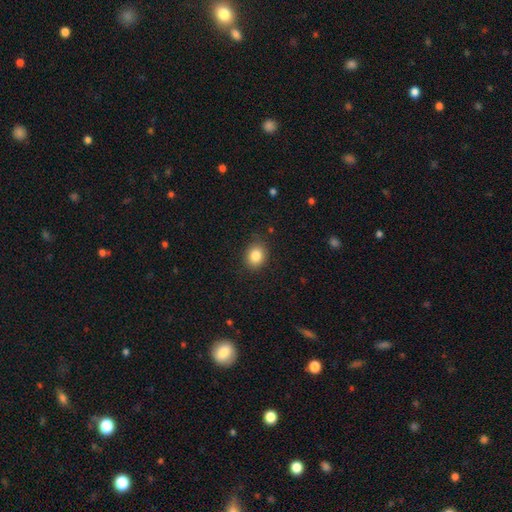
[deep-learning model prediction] smooth-or-featured: smooth: 85% | star or artifact: 10% | featured or disk: 6%
  how-rounded: round: 56% | in between: 43% | cigar-shaped: 1%
  merging: none: 85% | minor disturbance: 11% | major disturbance: 3% | merger: 1%